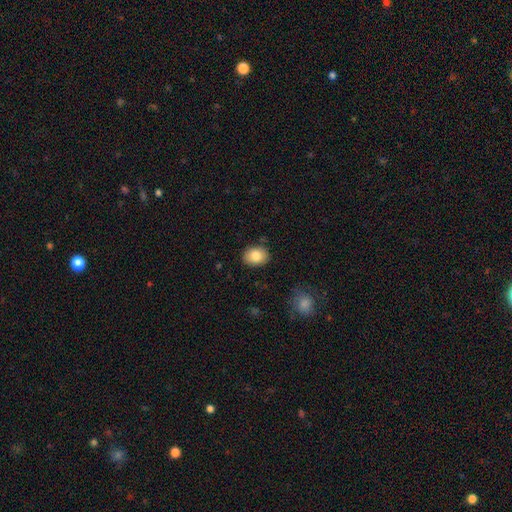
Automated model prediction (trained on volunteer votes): Smooth or featured?
  - smooth: 84% *
  - star or artifact: 8%
  - featured or disk: 8%
How rounded?
  - in between: 62% *
  - round: 37%
  - cigar-shaped: 1%
Merging?
  - none: 86% *
  - minor disturbance: 10%
  - major disturbance: 2%
  - merger: 1%